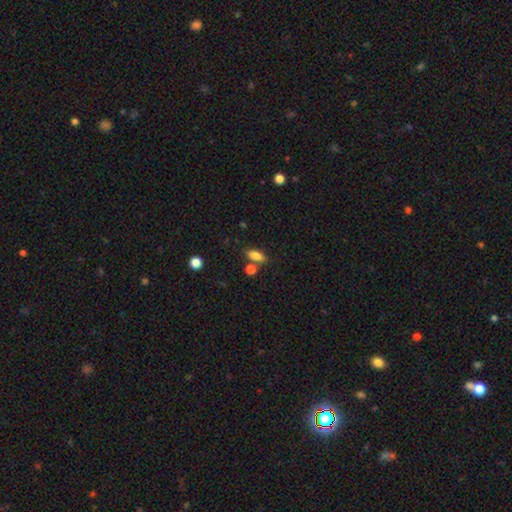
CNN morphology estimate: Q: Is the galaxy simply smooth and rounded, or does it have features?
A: smooth — 81%.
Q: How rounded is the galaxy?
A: in between — 79%.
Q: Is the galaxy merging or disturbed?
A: none — 70%.